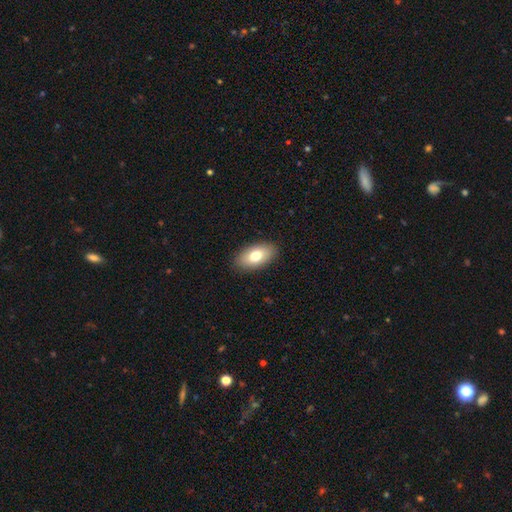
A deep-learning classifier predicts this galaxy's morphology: smooth 75%, featured or disk 18%, star or artifact 7%. Down the decision tree: how rounded — in between (93%); merging — none (89%).